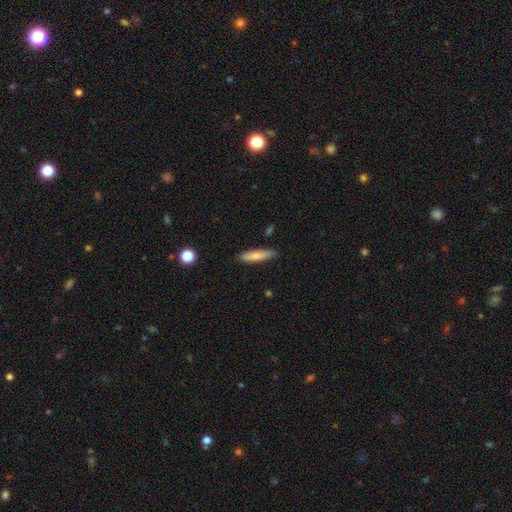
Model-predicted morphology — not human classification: smooth 78%, featured or disk 15%, star or artifact 6%. Down the decision tree: how rounded — cigar-shaped (77%); merging — none (85%).